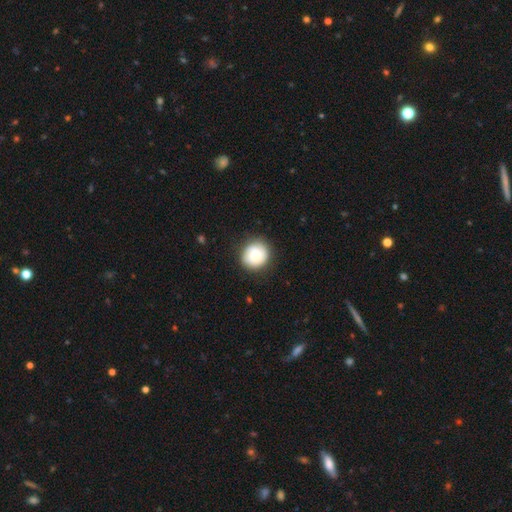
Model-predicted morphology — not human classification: Q: Smooth or featured?
A: smooth (72%); runner-up: featured or disk (20%)
Q: How rounded?
A: round (88%); runner-up: in between (11%)
Q: Merging?
A: none (85%); runner-up: minor disturbance (11%)